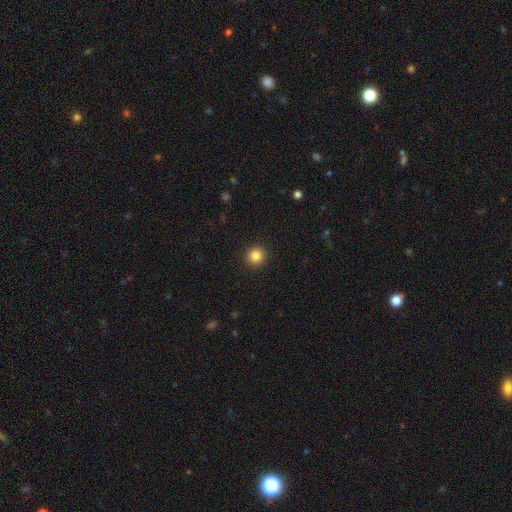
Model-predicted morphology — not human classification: Smooth or featured? smooth (85%)
How rounded? round (93%)
Merging? none (93%)